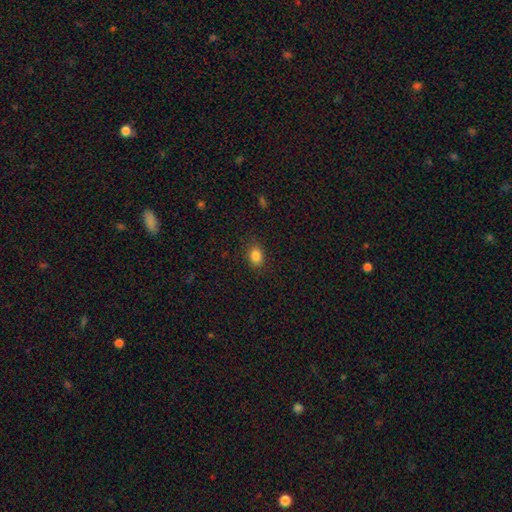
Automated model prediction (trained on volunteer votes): smooth_or_featured: smooth (p=0.84) [alt: star or artifact p=0.11]
how_rounded: in between (p=0.61) [alt: round p=0.38]
merging: none (p=0.86) [alt: minor disturbance p=0.10]